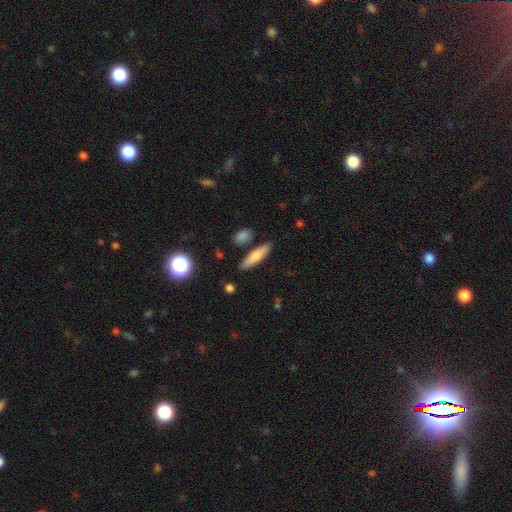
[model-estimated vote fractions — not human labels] A smooth galaxy with no disk features (70%) that is cigar-shaped (69%). Merging: none (84%).